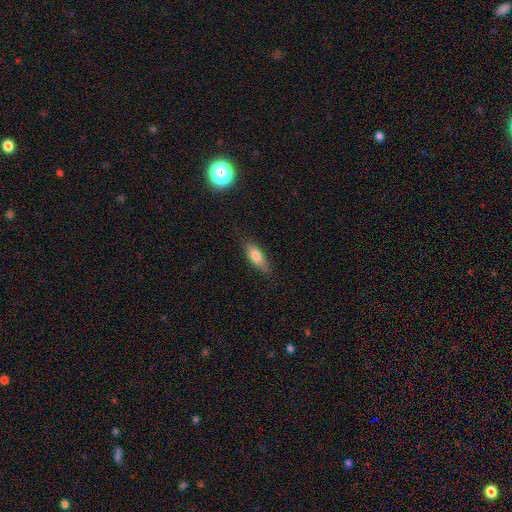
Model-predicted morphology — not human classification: smooth-or-featured: smooth: 73% | featured or disk: 19% | star or artifact: 7%
  how-rounded: in between: 66% | cigar-shaped: 31% | round: 3%
  merging: none: 78% | minor disturbance: 18% | major disturbance: 4% | merger: 1%